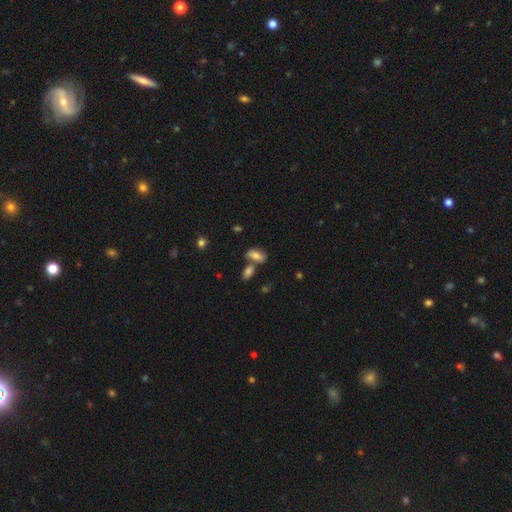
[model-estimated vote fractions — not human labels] The model was most divided on "merging": none: 54%, merger: 28%, minor disturbance: 13%, major disturbance: 4%. More confident: how rounded — in between (87%); smooth or featured — smooth (79%).